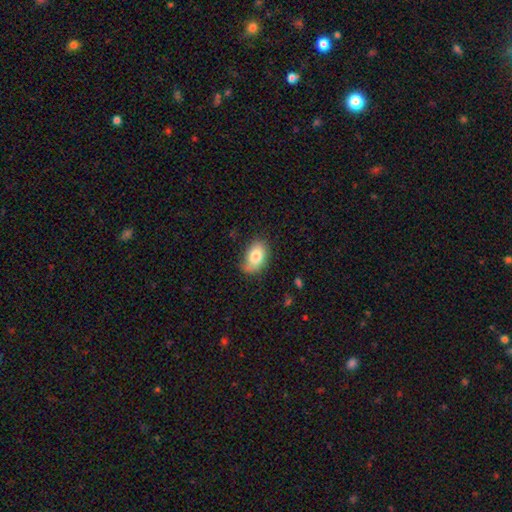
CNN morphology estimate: smooth 79%, featured or disk 14%, star or artifact 7%. Down the decision tree: how rounded — in between (88%); merging — none (65%).